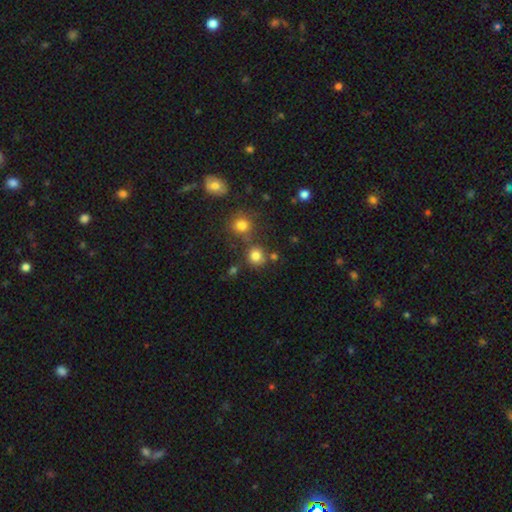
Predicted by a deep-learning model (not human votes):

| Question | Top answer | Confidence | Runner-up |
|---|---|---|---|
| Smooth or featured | smooth | 80% | star or artifact (14%) |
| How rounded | round | 88% | in between (11%) |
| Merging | none | 71% | merger (15%) |